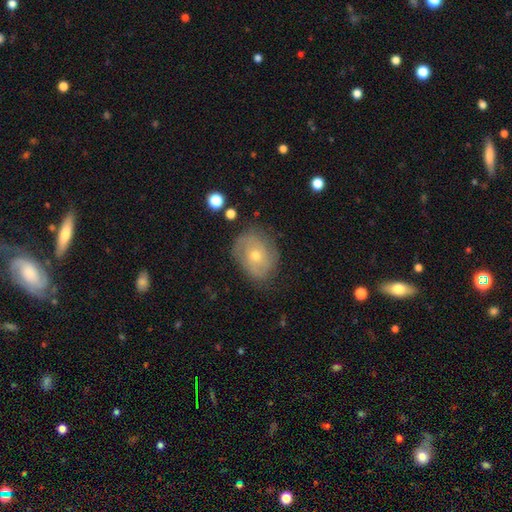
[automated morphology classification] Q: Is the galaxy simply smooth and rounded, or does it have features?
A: featured or disk — 57%.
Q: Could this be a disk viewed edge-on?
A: no — 95%.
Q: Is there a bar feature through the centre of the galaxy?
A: no — 80%.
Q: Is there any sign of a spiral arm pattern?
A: yes — 70%.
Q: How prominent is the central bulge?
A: moderate — 51%.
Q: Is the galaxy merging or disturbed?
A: none — 70%.